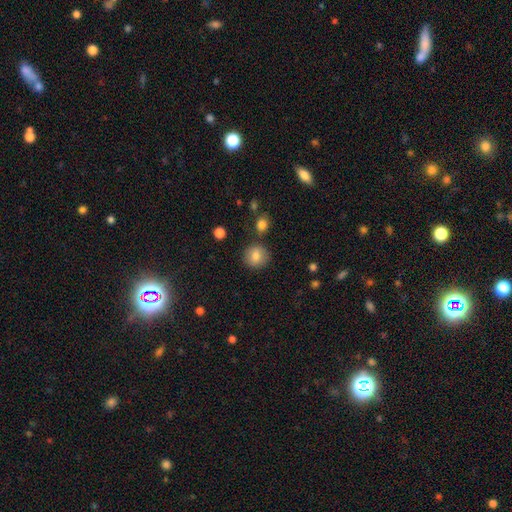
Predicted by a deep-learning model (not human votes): A smooth galaxy with no disk features (83%) that is round (88%). Merging: none (83%).